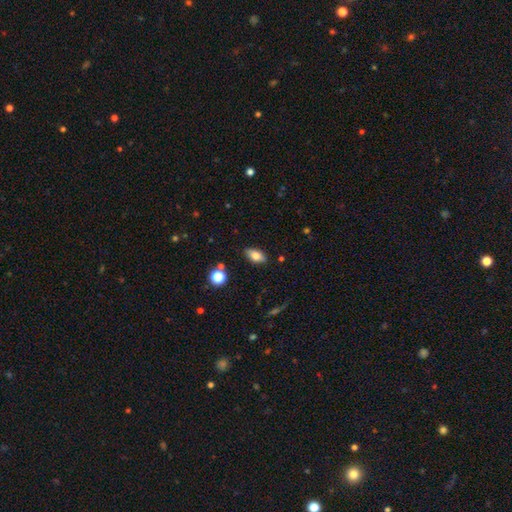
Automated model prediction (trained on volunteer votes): Overall: smooth (77%). How rounded: in between (87%). Merging: none (85%).